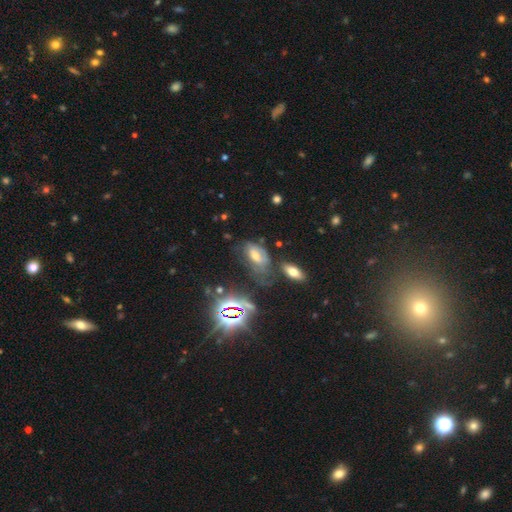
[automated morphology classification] The model was most divided on "smooth or featured": star or artifact: 37%, featured or disk: 34%, smooth: 29%.